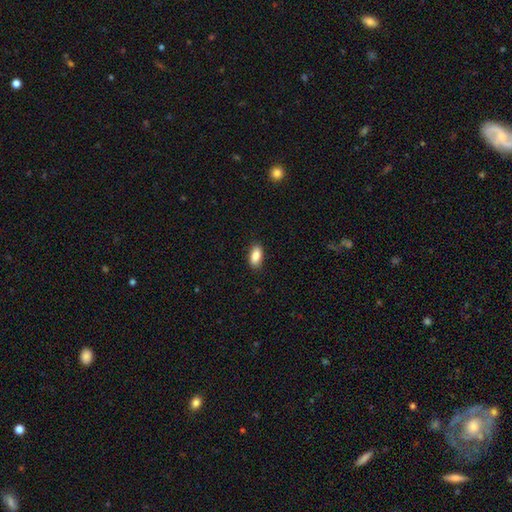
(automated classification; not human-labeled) Morphology: type=smooth (88%); roundness=in between (91%); merging=none (86%).